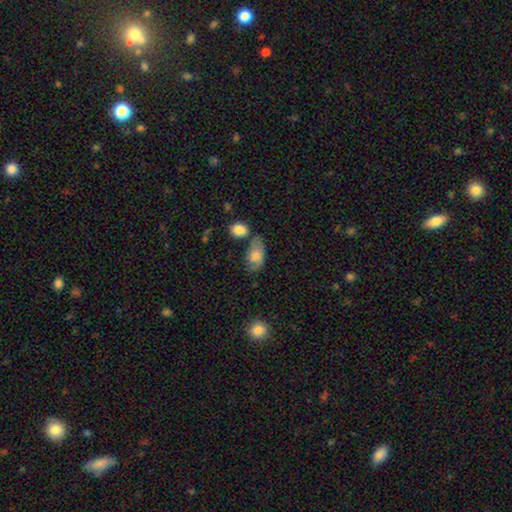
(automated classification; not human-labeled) Smooth or featured? Predicted: smooth (p=0.74). How rounded? Predicted: in between (p=0.91). Merging? Predicted: none (p=0.40).